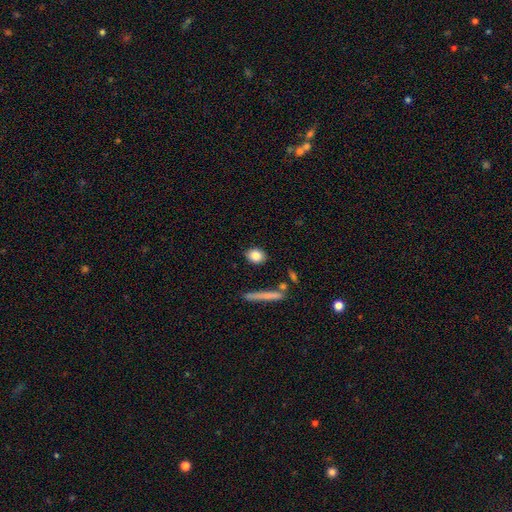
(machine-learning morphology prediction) smooth_or_featured: smooth (p=0.82) [alt: featured or disk p=0.09]
how_rounded: round (p=0.49) [alt: in between p=0.46]
merging: none (p=0.86) [alt: minor disturbance p=0.09]